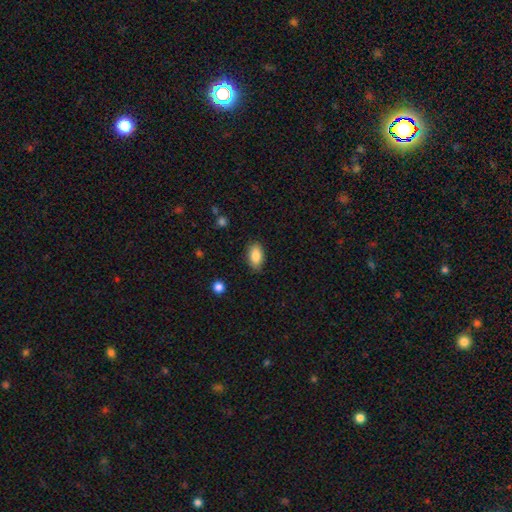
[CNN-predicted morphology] Q: Smooth or featured?
A: smooth (87%); runner-up: star or artifact (7%)
Q: How rounded?
A: in between (92%); runner-up: round (5%)
Q: Merging?
A: none (85%); runner-up: minor disturbance (11%)